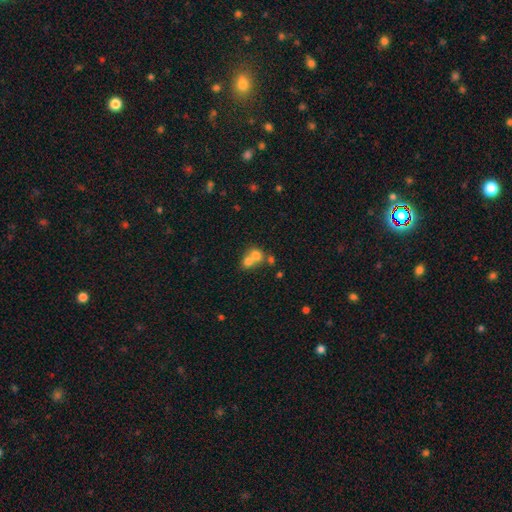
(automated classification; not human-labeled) Smooth or featured? smooth (70%)
How rounded? round (70%)
Merging? merger (66%)